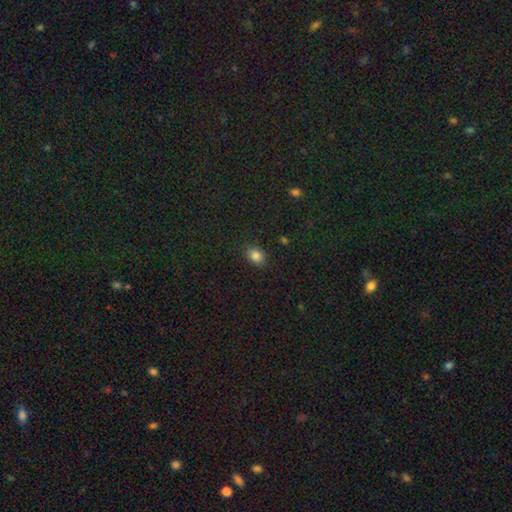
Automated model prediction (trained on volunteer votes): Smooth or featured?
  - smooth: 83% *
  - star or artifact: 11%
  - featured or disk: 5%
How rounded?
  - in between: 54% *
  - round: 45%
  - cigar-shaped: 1%
Merging?
  - none: 86% *
  - minor disturbance: 10%
  - major disturbance: 3%
  - merger: 1%